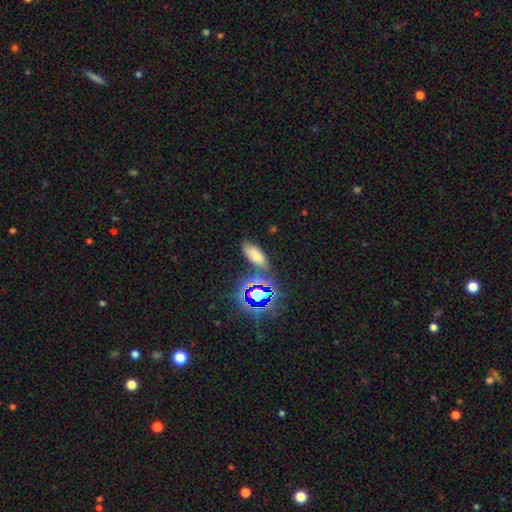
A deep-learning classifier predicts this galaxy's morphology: Q: Smooth or featured?
A: smooth (61%); runner-up: star or artifact (28%)
Q: How rounded?
A: in between (81%); runner-up: cigar-shaped (14%)
Q: Merging?
A: none (71%); runner-up: minor disturbance (15%)